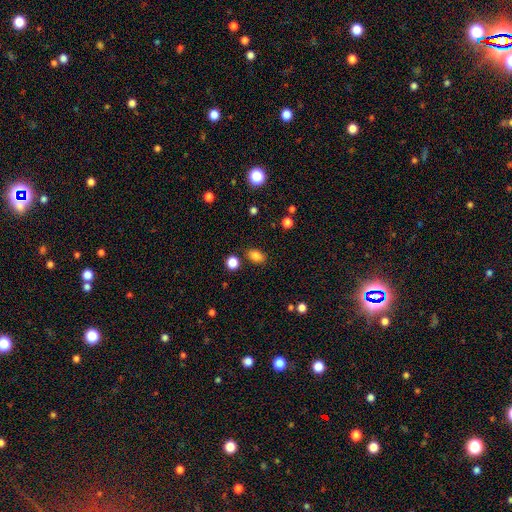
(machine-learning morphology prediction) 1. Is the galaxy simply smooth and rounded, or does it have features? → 84% smooth, 11% star or artifact, 4% featured or disk.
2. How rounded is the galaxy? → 81% in between, 18% round, 2% cigar-shaped.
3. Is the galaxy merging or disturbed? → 83% none, 10% minor disturbance, 4% merger, 3% major disturbance.